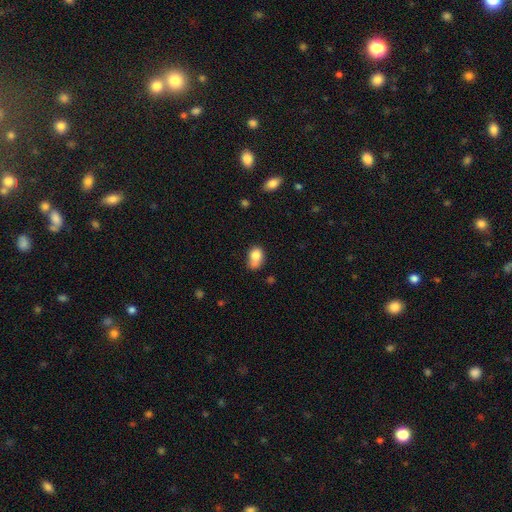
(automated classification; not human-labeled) Overall: smooth (79%). How rounded: in between (65%; round 33%). Merging: none (39%; minor disturbance 29%).